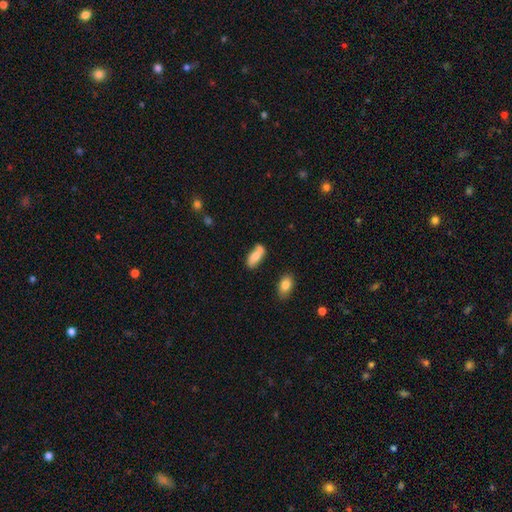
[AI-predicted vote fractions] This appears to be a smooth galaxy with no disk features (71%) that is in between round and cigar-shaped (81%). Merging: none (59%).